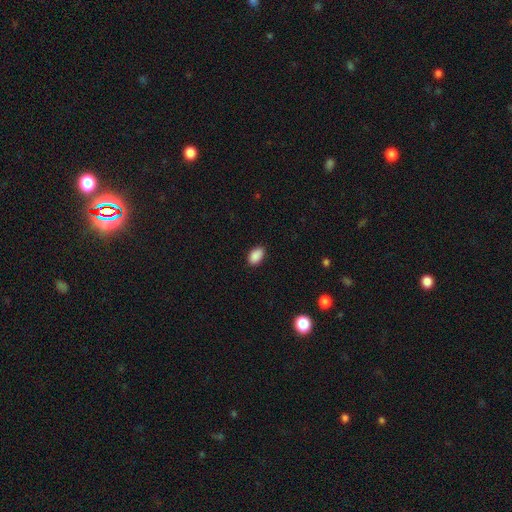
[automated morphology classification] This is clearly a smooth galaxy (89%). How rounded: clearly in between (91%). Merging: clearly none (84%).